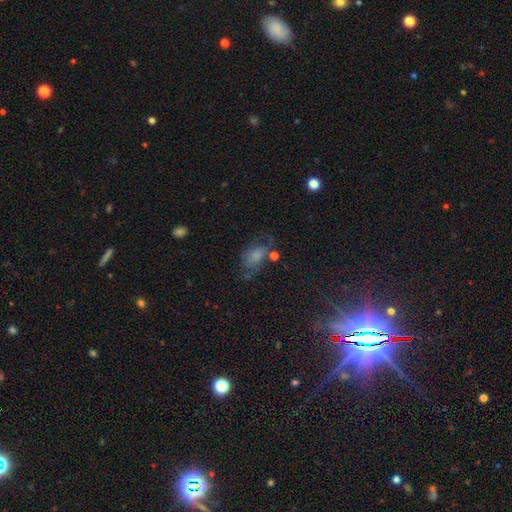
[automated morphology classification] This appears to be a smooth galaxy with no disk features (57%) that is in between round and cigar-shaped (85%). Merging: none (43%).